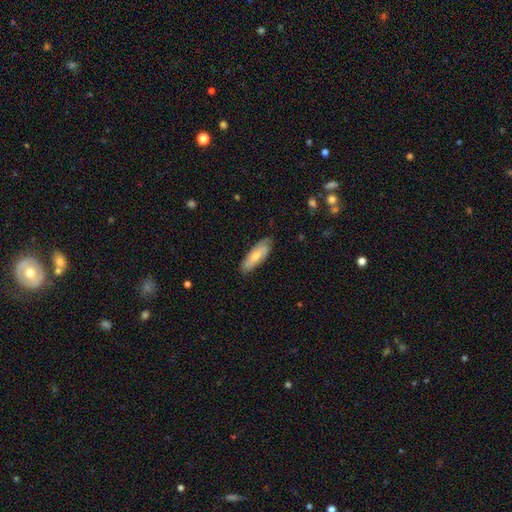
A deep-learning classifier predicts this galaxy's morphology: Smooth or featured? smooth (49%)
Merging? none (81%)